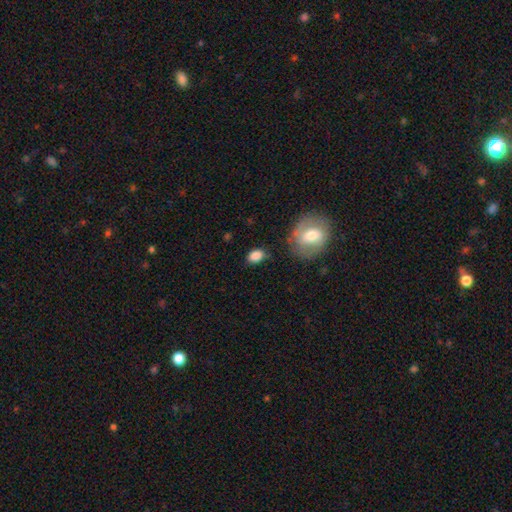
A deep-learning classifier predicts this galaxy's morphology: The model was most divided on "how rounded": in between: 74%, round: 24%, cigar-shaped: 2%. More confident: smooth or featured — smooth (84%); merging — none (71%).